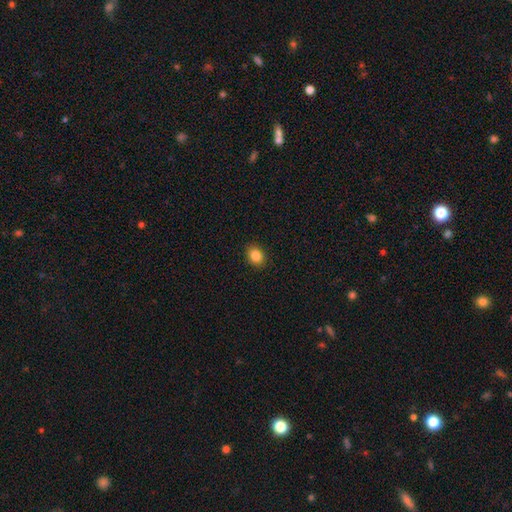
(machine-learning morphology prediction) A smooth galaxy with no disk features (85%) that is in between round and cigar-shaped (53%).

Vote fractions:
- Smooth or featured? smooth: 85% / star or artifact: 10% / featured or disk: 5%
- How rounded? in between: 53% / round: 46% / cigar-shaped: 1%
- Merging? none: 91% / minor disturbance: 7% / major disturbance: 2% / merger: 1%